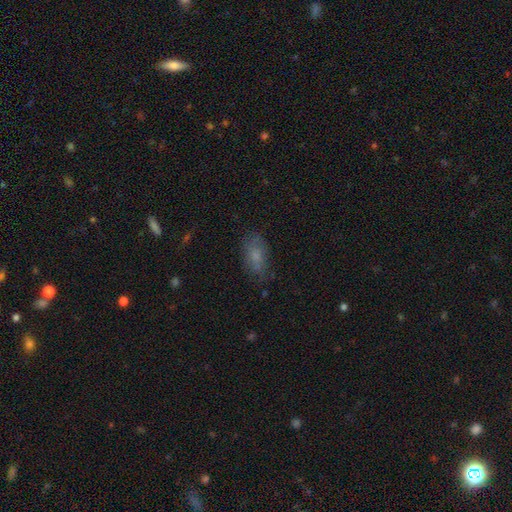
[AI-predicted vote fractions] The model was most divided on "merging": none: 70%, minor disturbance: 21%, major disturbance: 8%, merger: 2%. More confident: how rounded — in between (86%); smooth or featured — smooth (73%).